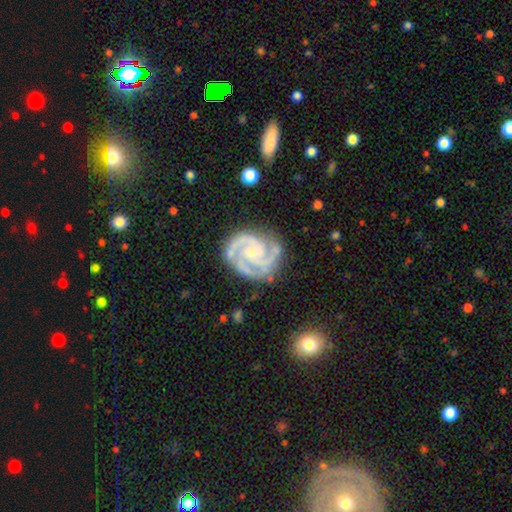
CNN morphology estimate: A featured or disk galaxy (93%) with no bar (64%), 2 (48%) tight (66%) spiral arms (99%) and a small central bulge (71%). Merging: none (76%).